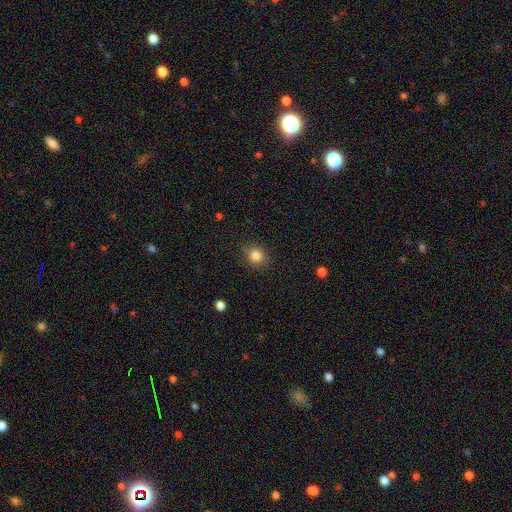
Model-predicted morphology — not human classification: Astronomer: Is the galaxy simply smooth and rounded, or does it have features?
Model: smooth — 84%.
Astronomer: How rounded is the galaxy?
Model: round — 76%.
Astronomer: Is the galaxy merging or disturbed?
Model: none — 85%.